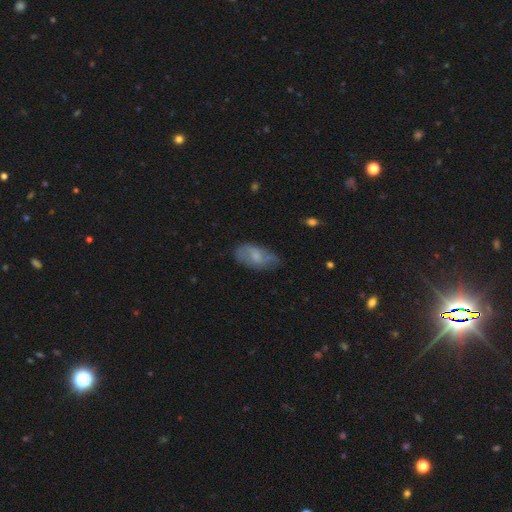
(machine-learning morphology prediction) Overall: smooth (55%; featured or disk 38%). How rounded: in between (92%). Merging: none (66%).